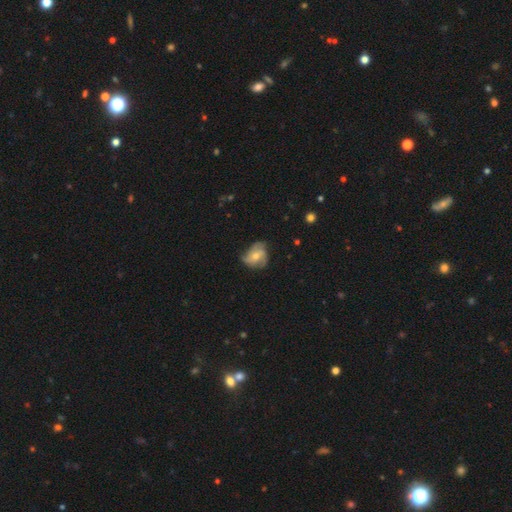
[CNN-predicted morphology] type=featured or disk (62%); edge-on=no (97%); bar=no (66%); spiral arms=yes (84%); winding=medium (44%); arm count=3 (53%); bulge=moderate (54%); merging=none (55%).